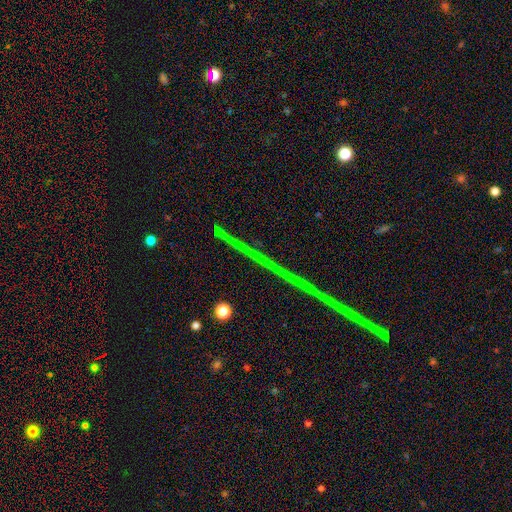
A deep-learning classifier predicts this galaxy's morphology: smooth_or_featured: star or artifact (p=0.81) [alt: featured or disk p=0.12]